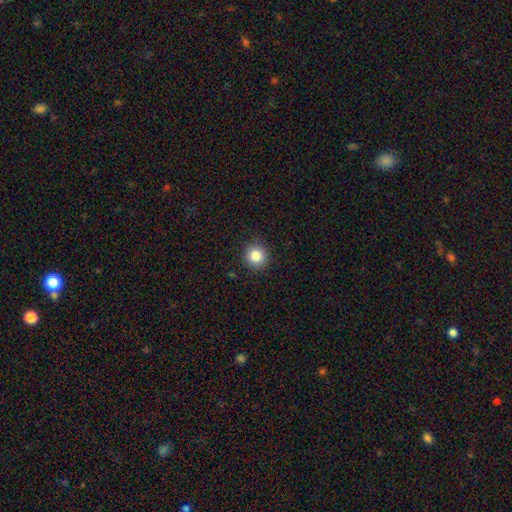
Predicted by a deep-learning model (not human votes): smooth-or-featured: smooth: 84% | star or artifact: 11% | featured or disk: 5%
  how-rounded: round: 93% | in between: 7% | cigar-shaped: 1%
  merging: none: 90% | minor disturbance: 7% | major disturbance: 2% | merger: 1%